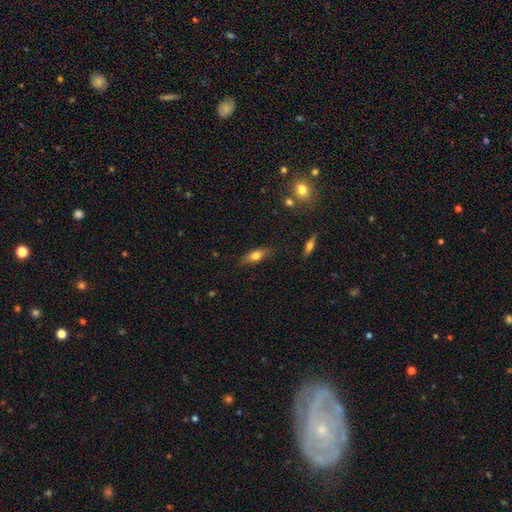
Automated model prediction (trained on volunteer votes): A smooth galaxy with no disk features (66%) that is in between round and cigar-shaped (64%). Merging: none (81%).